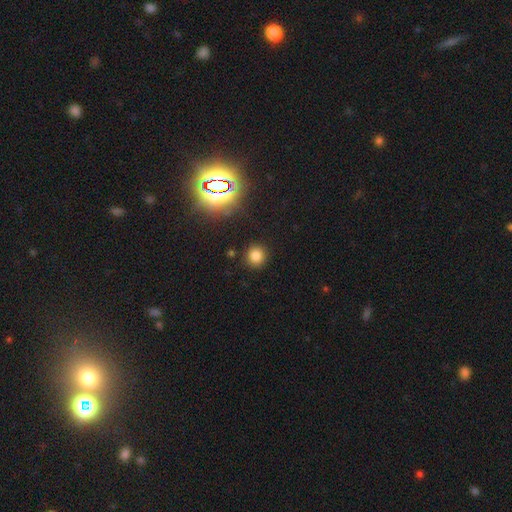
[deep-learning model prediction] The model was most divided on "smooth or featured": smooth: 78%, star or artifact: 16%, featured or disk: 6%. More confident: how rounded — round (91%); merging — none (90%).